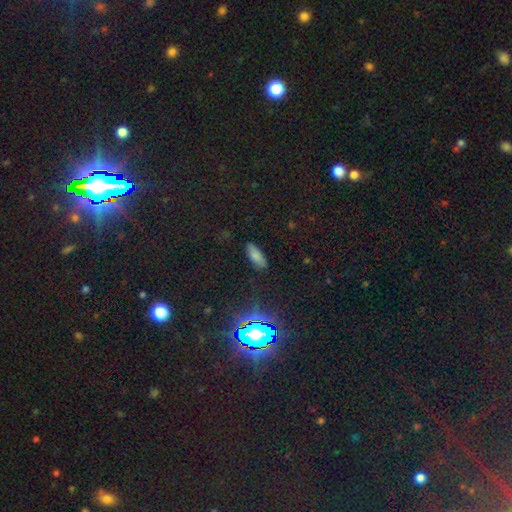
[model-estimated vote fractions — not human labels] smooth-or-featured: smooth: 74% | star or artifact: 17% | featured or disk: 9%
  how-rounded: in between: 73% | cigar-shaped: 24% | round: 3%
  merging: none: 84% | minor disturbance: 11% | major disturbance: 3% | merger: 1%